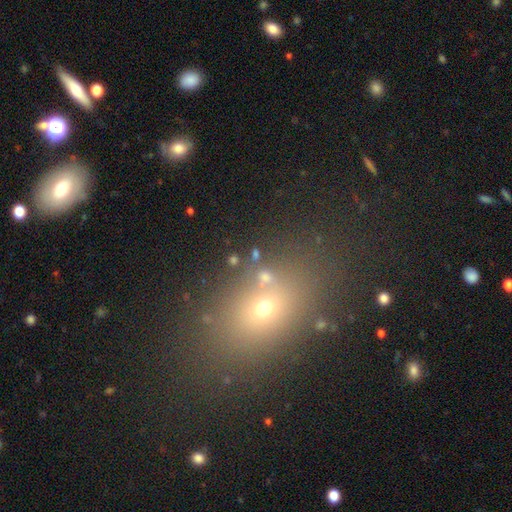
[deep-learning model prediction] smooth_or_featured: smooth (p=0.54) [alt: star or artifact p=0.30]
how_rounded: in between (p=0.62) [alt: round p=0.34]
merging: none (p=0.71) [alt: minor disturbance p=0.12]